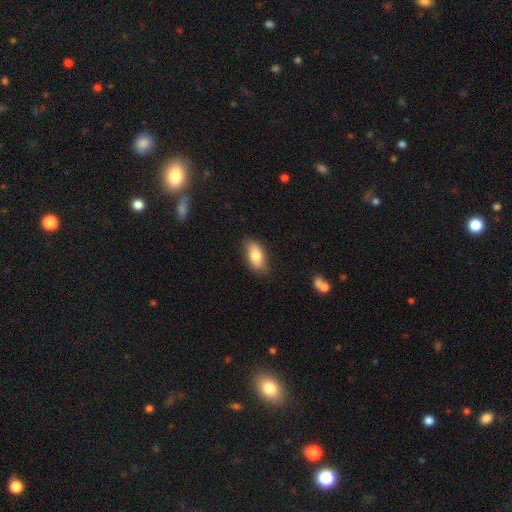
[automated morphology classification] Overall: smooth (79%). How rounded: in between (89%). Merging: none (79%).